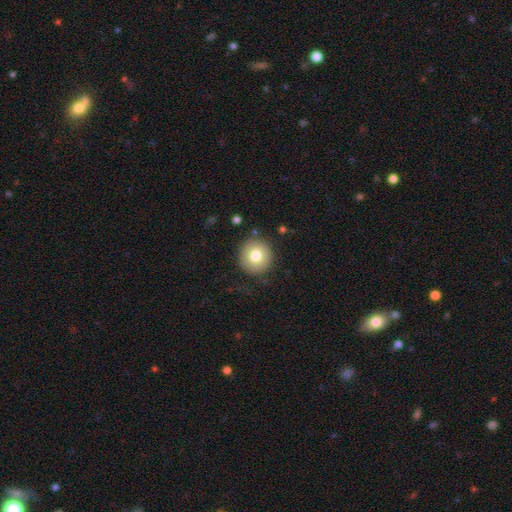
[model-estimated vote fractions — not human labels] Smooth or featured? Predicted: smooth (p=0.77). How rounded? Predicted: round (p=0.93). Merging? Predicted: none (p=0.86).